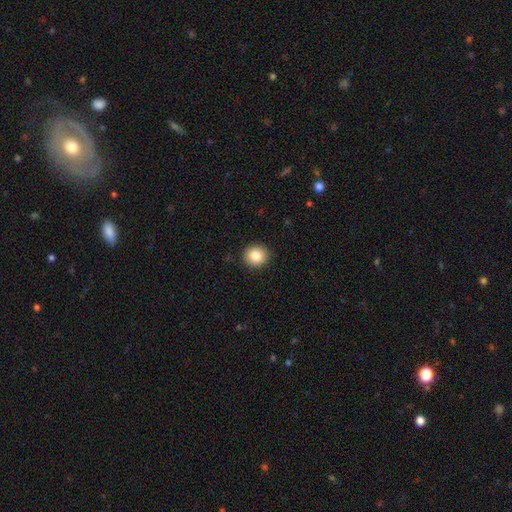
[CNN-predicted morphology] This appears to be a smooth galaxy with no disk features (84%) that is round (89%). Merging: none (92%).